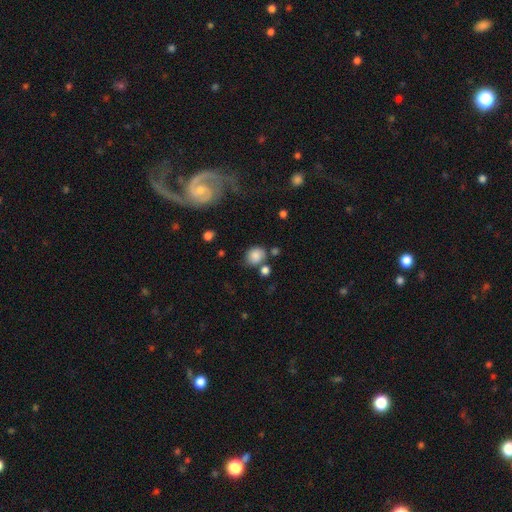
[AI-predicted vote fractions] This appears to be a smooth galaxy with no disk features (83%) that is round (64%). Merging: none (66%).